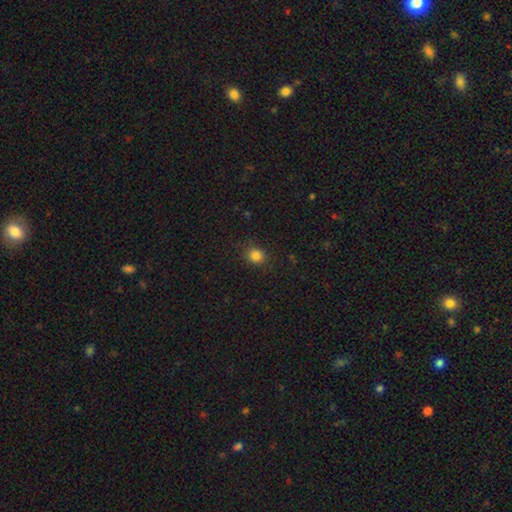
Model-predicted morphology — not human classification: A smooth galaxy with no disk features (83%) that is round (81%). Merging: none (87%).